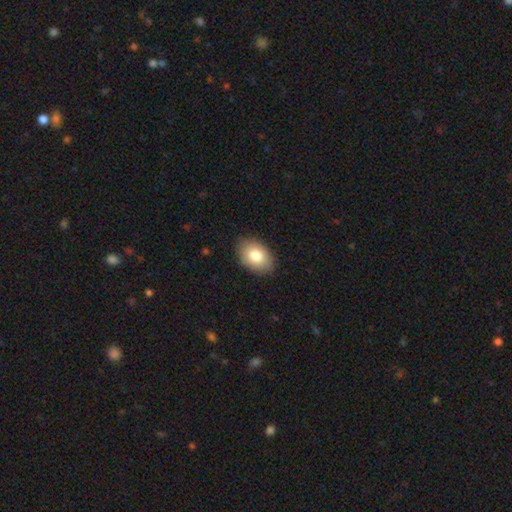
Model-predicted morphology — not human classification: Smooth or featured: smooth — 82% (featured or disk — 12%)
How rounded: in between — 86% (round — 13%)
Merging: none — 86% (minor disturbance — 10%)